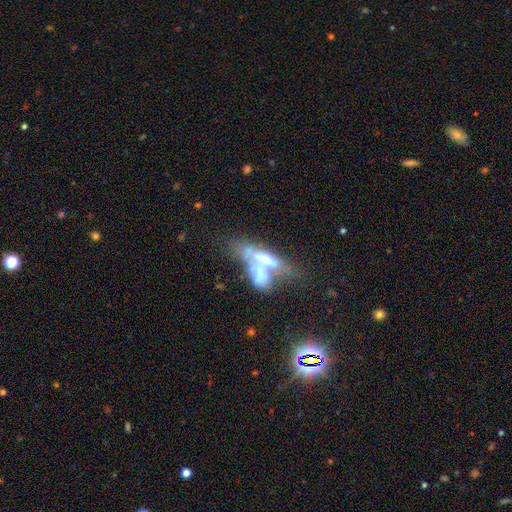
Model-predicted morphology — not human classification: Smooth or featured: featured or disk — 51% (smooth — 32%)
Edge-on disk: no — 58% (yes — 42%)
Merging: merger — 58% (none — 20%)